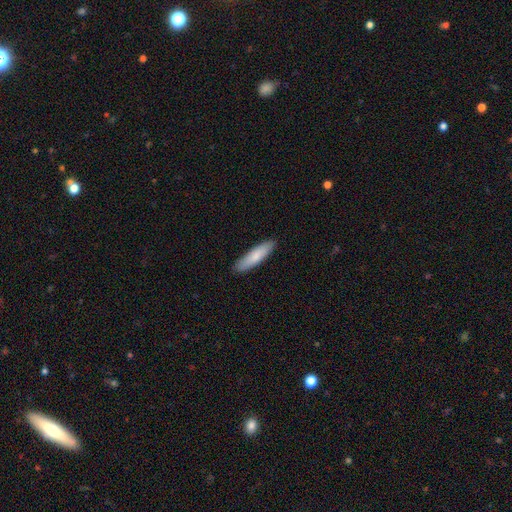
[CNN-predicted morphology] Overall: smooth (81%). How rounded: cigar-shaped (75%). Merging: none (89%).